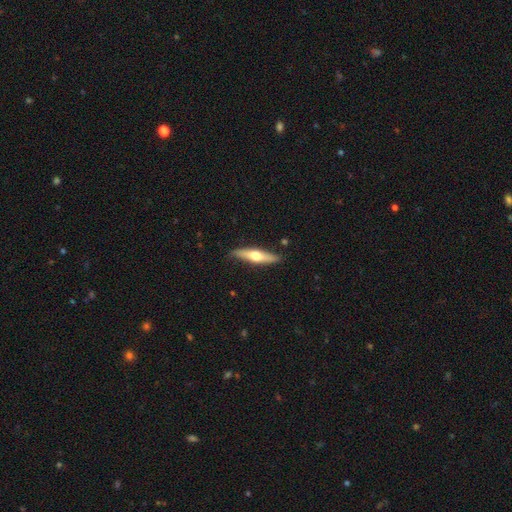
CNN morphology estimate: type=featured or disk (52%); edge-on=yes (92%); merging=none (86%).